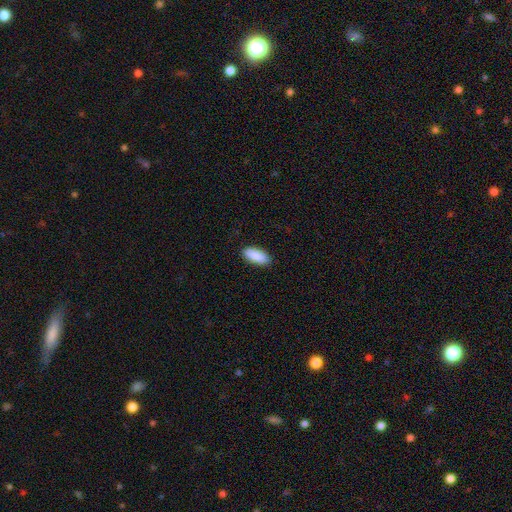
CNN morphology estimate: A smooth galaxy with no disk features (91%) that is in between round and cigar-shaped (88%). Merging: none (89%).